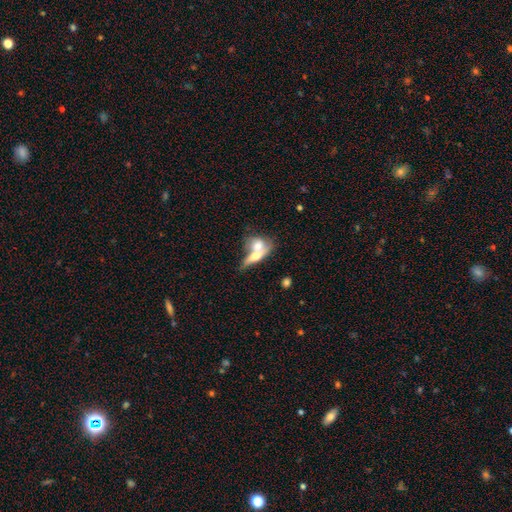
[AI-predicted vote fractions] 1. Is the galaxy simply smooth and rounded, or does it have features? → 56% smooth, 37% featured or disk, 6% star or artifact.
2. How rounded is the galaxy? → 56% in between, 24% round, 21% cigar-shaped.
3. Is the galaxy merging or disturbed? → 72% merger, 16% none, 6% minor disturbance, 5% major disturbance.